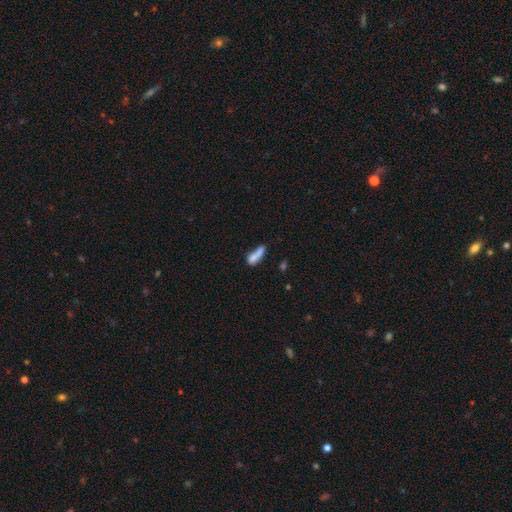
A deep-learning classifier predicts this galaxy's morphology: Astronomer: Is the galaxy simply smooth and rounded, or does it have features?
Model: smooth — 70%.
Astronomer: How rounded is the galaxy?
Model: cigar-shaped — 49% (runner-up: in between, 46%).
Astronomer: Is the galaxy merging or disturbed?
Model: merger — 40% (runner-up: none, 31%).